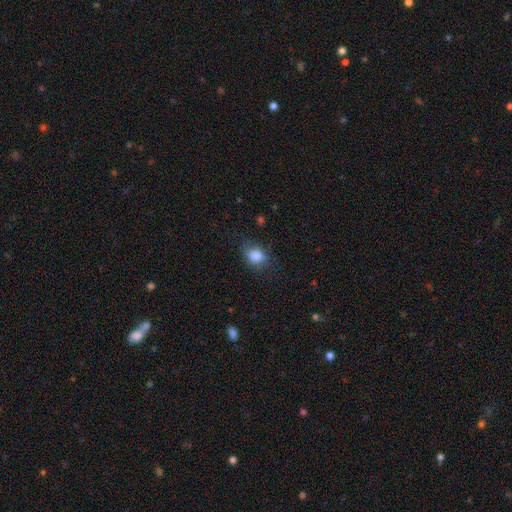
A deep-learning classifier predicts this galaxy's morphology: Smooth or featured?
  - smooth: 84% *
  - star or artifact: 9%
  - featured or disk: 7%
How rounded?
  - in between: 52% *
  - round: 46%
  - cigar-shaped: 1%
Merging?
  - none: 66% *
  - minor disturbance: 24%
  - major disturbance: 9%
  - merger: 1%